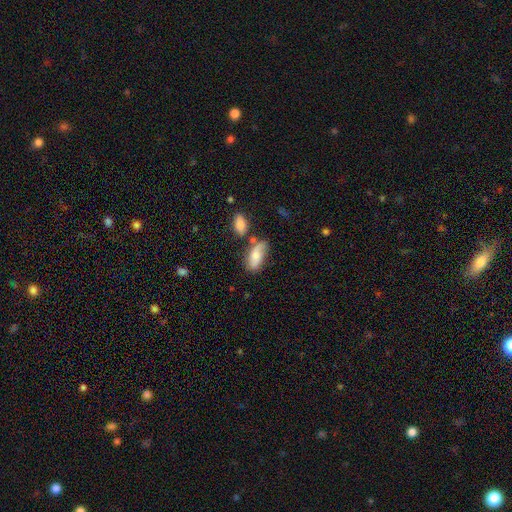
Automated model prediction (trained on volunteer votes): Smooth or featured? smooth (67%)
How rounded? in between (88%)
Merging? none (48%)